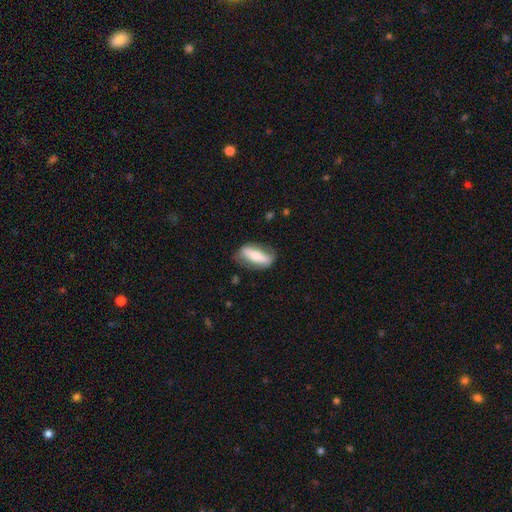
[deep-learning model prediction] A smooth galaxy with no disk features (51%) that is in between round and cigar-shaped (64%). Merging: none (70%).